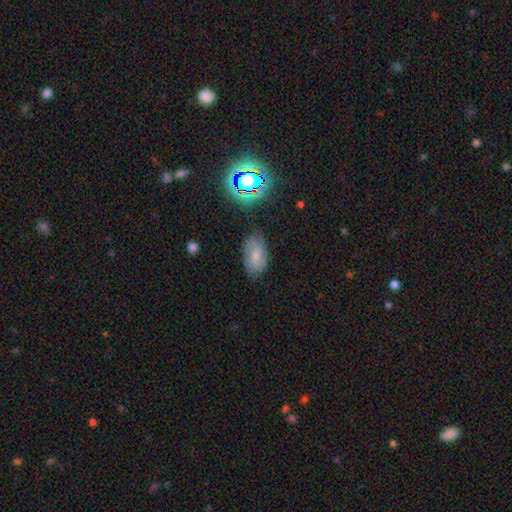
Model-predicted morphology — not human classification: This appears to be a smooth galaxy with no disk features (63%) that is in between round and cigar-shaped (91%). Merging: none (72%).